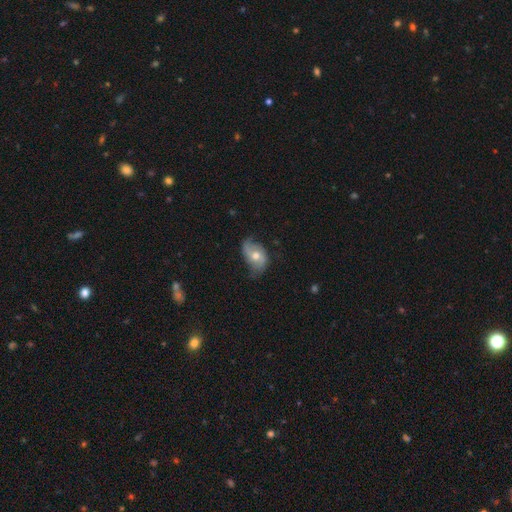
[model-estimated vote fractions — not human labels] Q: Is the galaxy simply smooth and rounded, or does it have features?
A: featured or disk — 58%.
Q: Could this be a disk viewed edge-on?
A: no — 94%.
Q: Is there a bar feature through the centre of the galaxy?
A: no — 64%.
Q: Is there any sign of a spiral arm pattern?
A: yes — 82%.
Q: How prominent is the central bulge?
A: moderate — 70%.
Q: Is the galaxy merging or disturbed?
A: none — 58%.